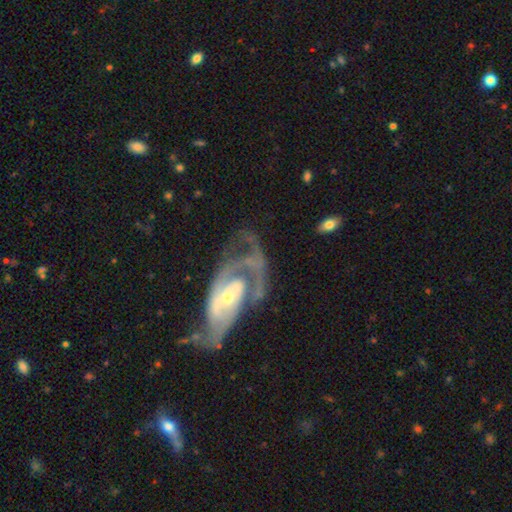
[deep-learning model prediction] Overall: featured or disk (85%). Edge-on disk: no (94%). Bar: no (52%; weak 34%). Spiral arms: yes (91%). Spiral arm count: 2 (46%; can't tell 24%). Spiral winding: tight (46%; medium 40%). Bulge size: small (55%; moderate 39%). Merging: none (46%; major disturbance 27%).